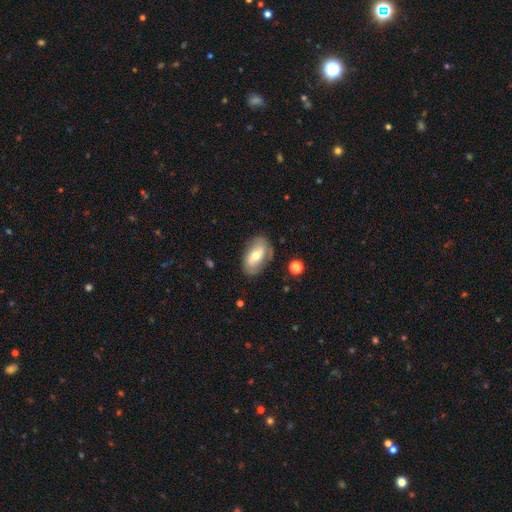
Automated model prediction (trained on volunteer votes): smooth-or-featured: smooth: 56% | featured or disk: 37% | star or artifact: 7%
  how-rounded: in between: 91% | round: 6% | cigar-shaped: 3%
  merging: none: 73% | minor disturbance: 19% | major disturbance: 6% | merger: 2%